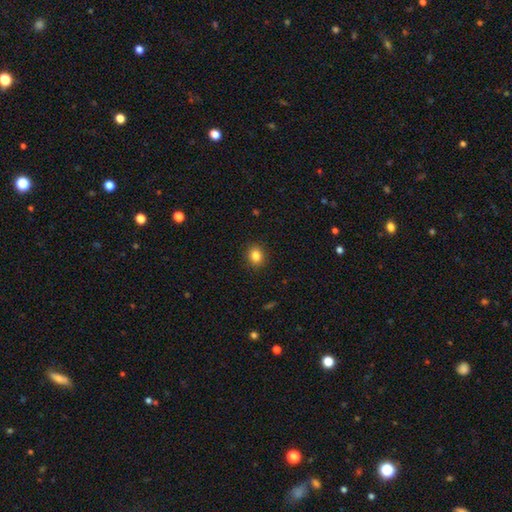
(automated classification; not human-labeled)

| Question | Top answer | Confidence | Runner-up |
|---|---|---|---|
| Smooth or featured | smooth | 84% | star or artifact (11%) |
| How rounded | round | 69% | in between (30%) |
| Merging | none | 90% | minor disturbance (7%) |